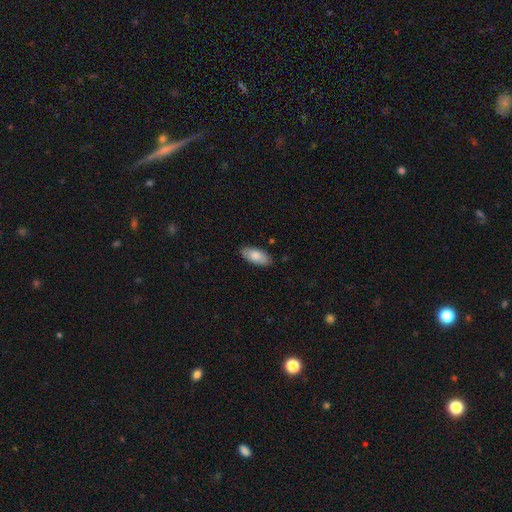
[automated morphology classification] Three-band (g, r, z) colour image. It shows a smooth galaxy with no disk features (83%) that is in between round and cigar-shaped (88%). Merging: none (86%).